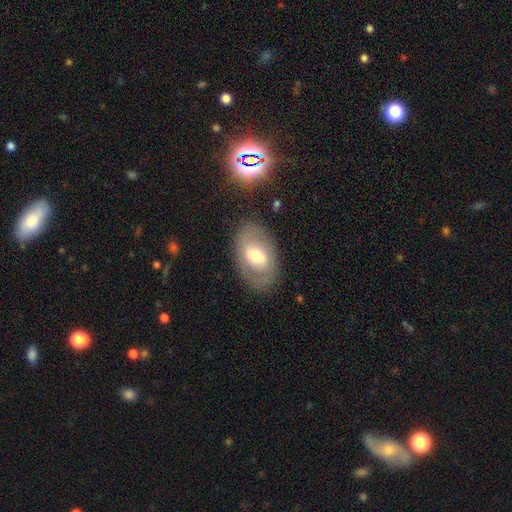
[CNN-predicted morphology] The model was most divided on "smooth or featured": smooth: 49%, featured or disk: 44%, star or artifact: 7%. More confident: merging — none (80%).